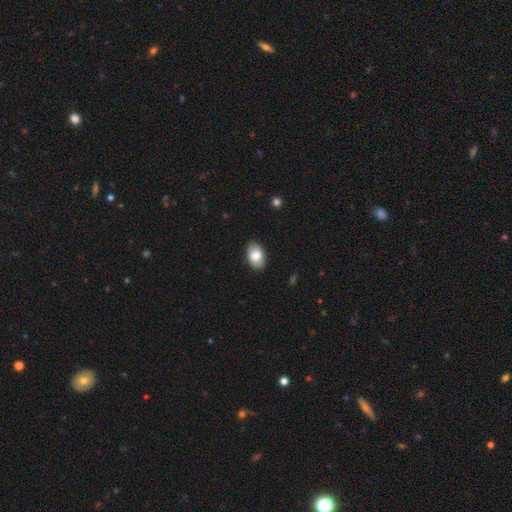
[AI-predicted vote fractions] This is likely a smooth galaxy (79%). How rounded: clearly in between (92%). Merging: clearly none (86%).